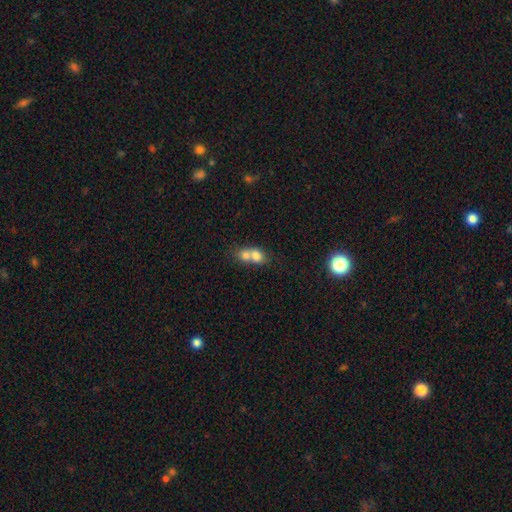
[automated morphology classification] Smooth or featured? Predicted: smooth (p=0.73). How rounded? Predicted: round (p=0.55). Merging? Predicted: merger (p=0.74).